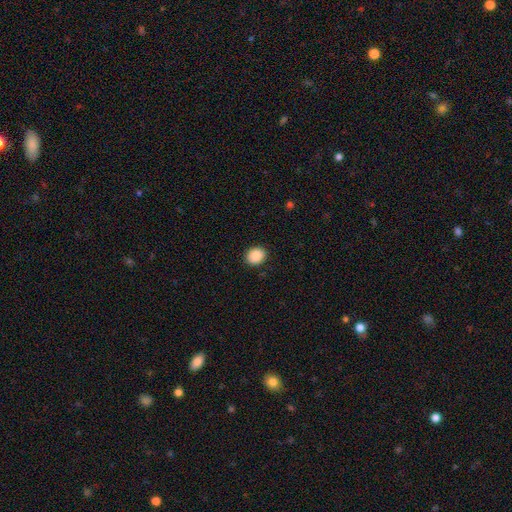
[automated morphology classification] smooth_or_featured: smooth (p=0.89) [alt: star or artifact p=0.08]
how_rounded: round (p=0.60) [alt: in between p=0.39]
merging: none (p=0.90) [alt: minor disturbance p=0.07]